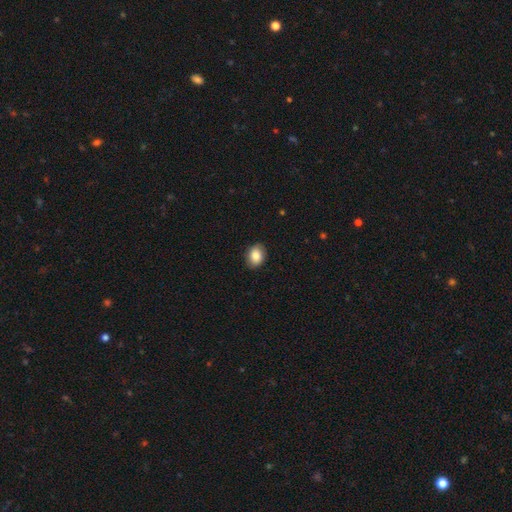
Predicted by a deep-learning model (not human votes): Q: Smooth or featured?
A: smooth (85%); runner-up: star or artifact (8%)
Q: How rounded?
A: in between (65%); runner-up: round (34%)
Q: Merging?
A: none (87%); runner-up: minor disturbance (10%)